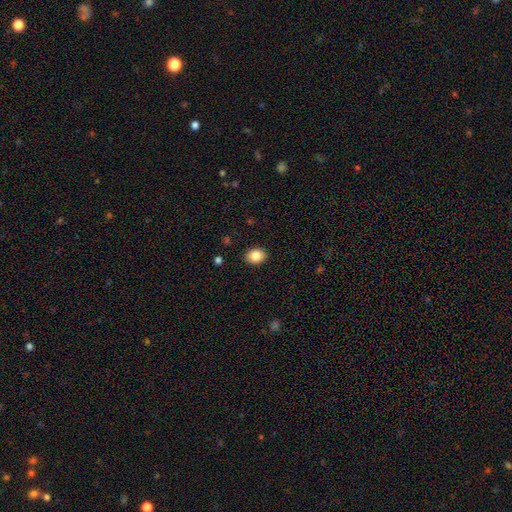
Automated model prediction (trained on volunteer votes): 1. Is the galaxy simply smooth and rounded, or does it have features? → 85% smooth, 8% star or artifact, 6% featured or disk.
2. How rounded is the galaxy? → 62% in between, 38% round, 1% cigar-shaped.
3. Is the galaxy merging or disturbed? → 90% none, 7% minor disturbance, 2% major disturbance, 1% merger.